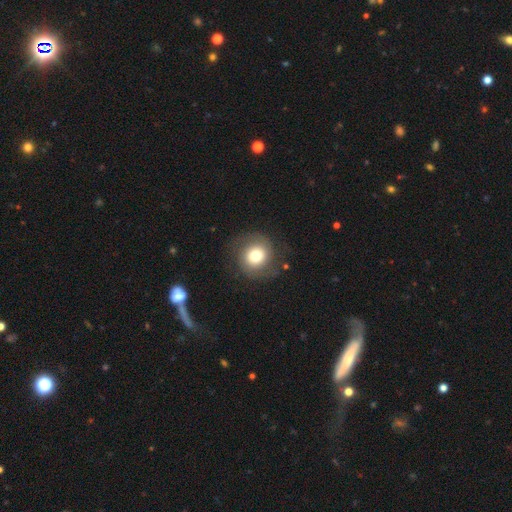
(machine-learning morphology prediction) smooth 58%, featured or disk 33%, star or artifact 10%. Down the decision tree: how rounded — round (90%); merging — none (79%).